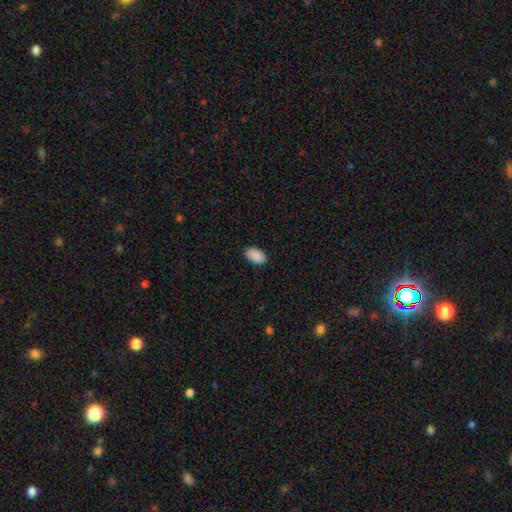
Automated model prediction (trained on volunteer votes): This is clearly a smooth galaxy (91%). How rounded: clearly in between (93%). Merging: clearly none (88%).